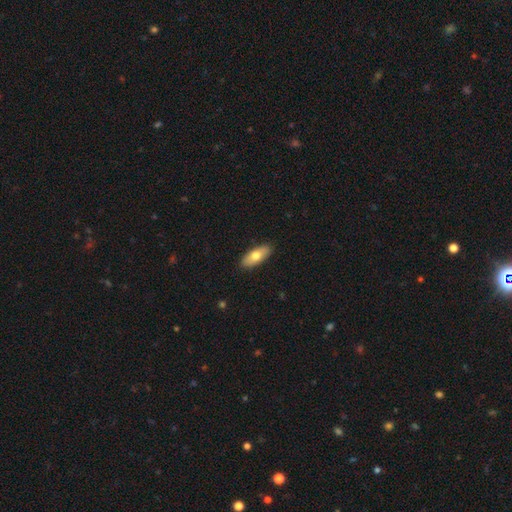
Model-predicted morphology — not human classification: Smooth or featured: smooth — 71% (featured or disk — 23%)
How rounded: in between — 81% (cigar-shaped — 17%)
Merging: none — 89% (minor disturbance — 8%)